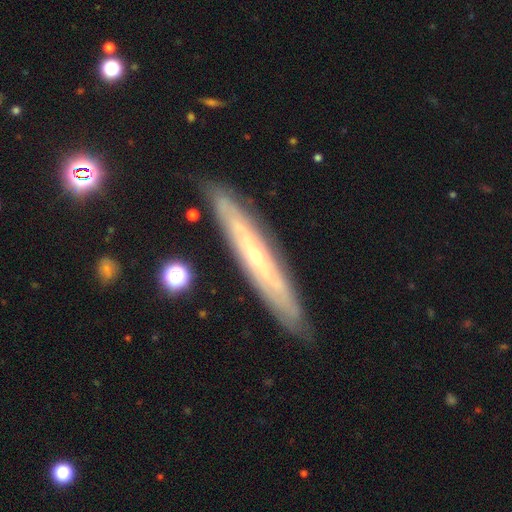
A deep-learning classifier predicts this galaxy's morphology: Smooth or featured: featured or disk — 74% (smooth — 20%)
Edge-on disk: yes — 66% (no — 34%)
Merging: none — 86% (minor disturbance — 11%)